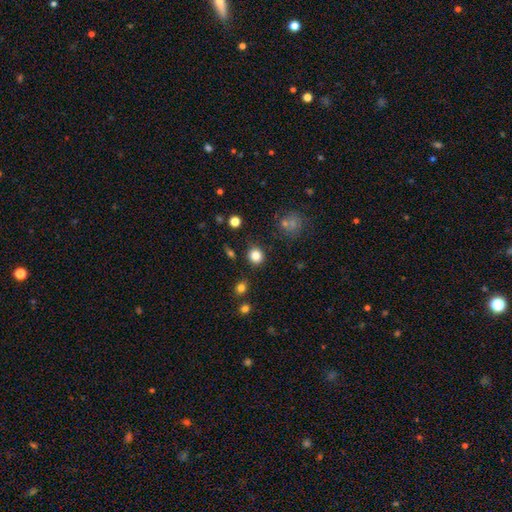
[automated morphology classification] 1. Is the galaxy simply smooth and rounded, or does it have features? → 83% smooth, 12% star or artifact, 5% featured or disk.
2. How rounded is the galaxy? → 86% round, 13% in between, 1% cigar-shaped.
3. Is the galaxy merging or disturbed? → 87% none, 8% minor disturbance, 3% merger, 3% major disturbance.